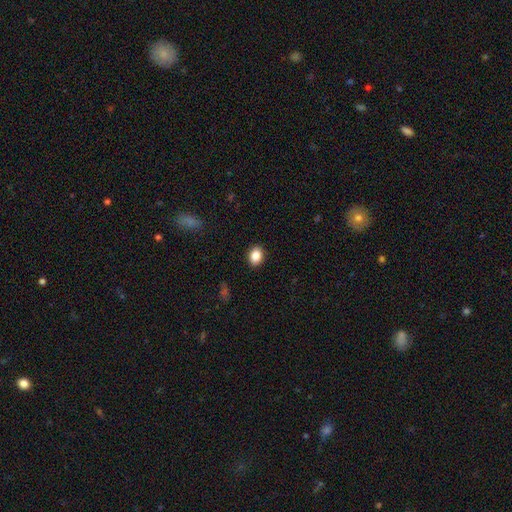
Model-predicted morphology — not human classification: Q: Smooth or featured?
A: smooth (86%); runner-up: star or artifact (9%)
Q: How rounded?
A: in between (62%); runner-up: round (37%)
Q: Merging?
A: none (90%); runner-up: minor disturbance (7%)